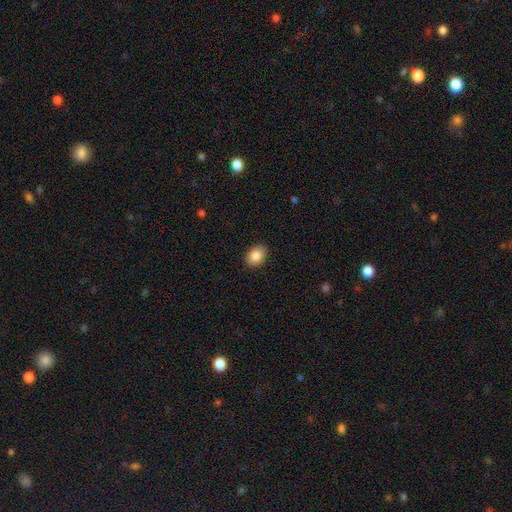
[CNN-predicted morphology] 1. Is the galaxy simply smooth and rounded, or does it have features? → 87% smooth, 8% star or artifact, 5% featured or disk.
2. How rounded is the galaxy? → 74% in between, 25% round, 1% cigar-shaped.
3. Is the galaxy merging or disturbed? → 90% none, 7% minor disturbance, 2% major disturbance, 1% merger.